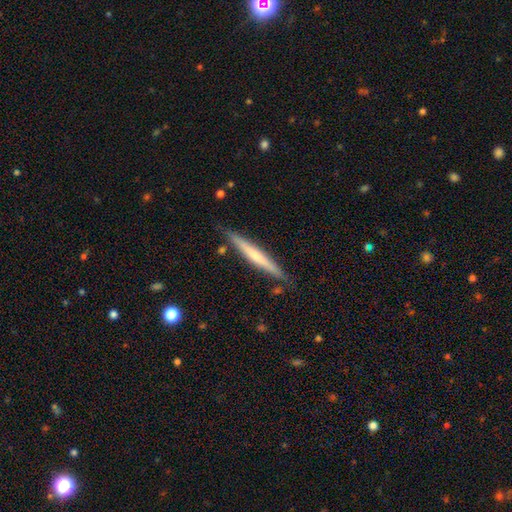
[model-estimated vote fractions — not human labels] This is possibly a smooth galaxy (49%). Merging: clearly none (86%).